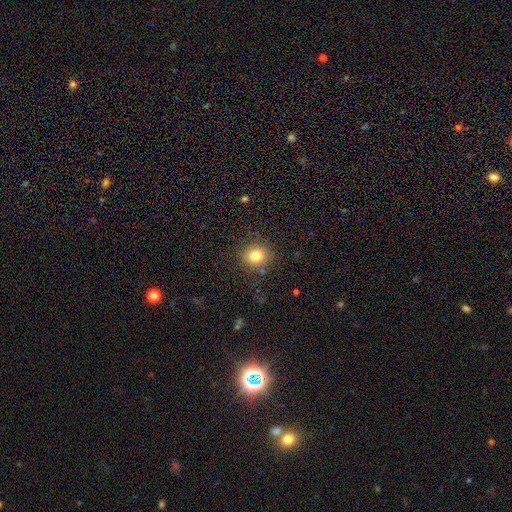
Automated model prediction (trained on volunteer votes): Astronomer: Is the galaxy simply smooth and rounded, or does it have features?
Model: smooth — 80%.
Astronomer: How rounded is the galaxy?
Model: round — 84%.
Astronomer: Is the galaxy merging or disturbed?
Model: none — 85%.